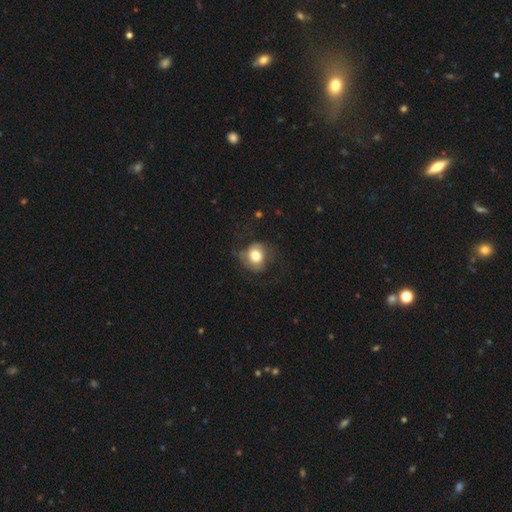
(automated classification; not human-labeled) A smooth galaxy with no disk features (69%) that is round (72%). Merging: none (54%).